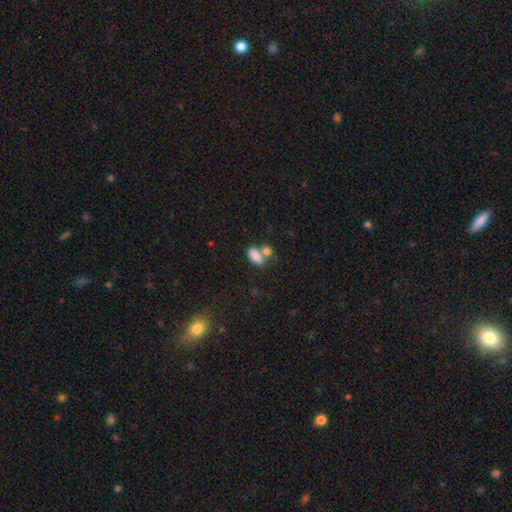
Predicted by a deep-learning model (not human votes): smooth 84%, star or artifact 9%, featured or disk 7%. Down the decision tree: how rounded — in between (91%); merging — merger (45%).